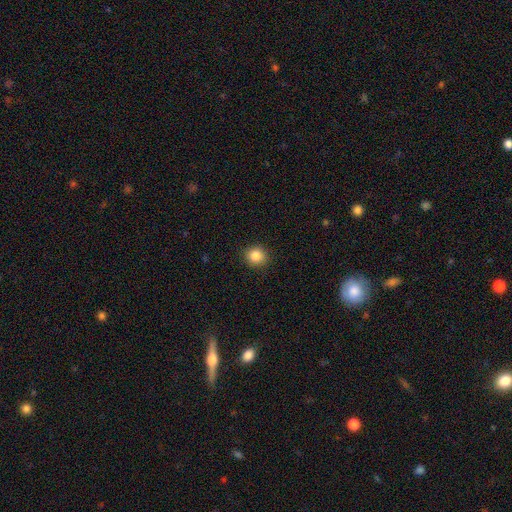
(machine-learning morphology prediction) Smooth or featured: smooth — 85% (star or artifact — 10%)
How rounded: round — 87% (in between — 12%)
Merging: none — 91% (minor disturbance — 6%)